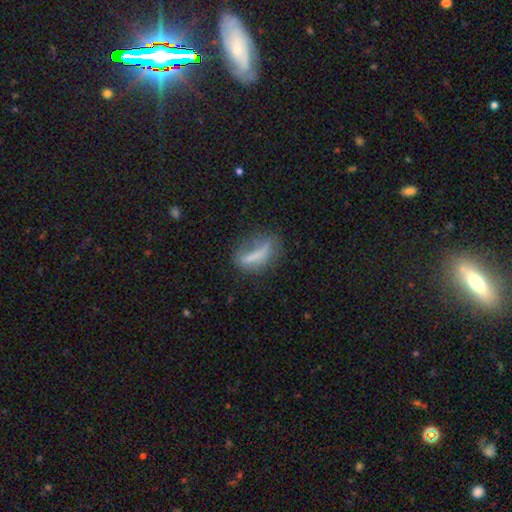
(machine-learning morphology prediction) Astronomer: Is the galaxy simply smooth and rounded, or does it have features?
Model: smooth — 59%.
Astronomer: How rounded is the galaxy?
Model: cigar-shaped — 48% (runner-up: in between, 45%).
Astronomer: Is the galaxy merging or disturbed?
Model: none — 42% (runner-up: major disturbance, 26%).